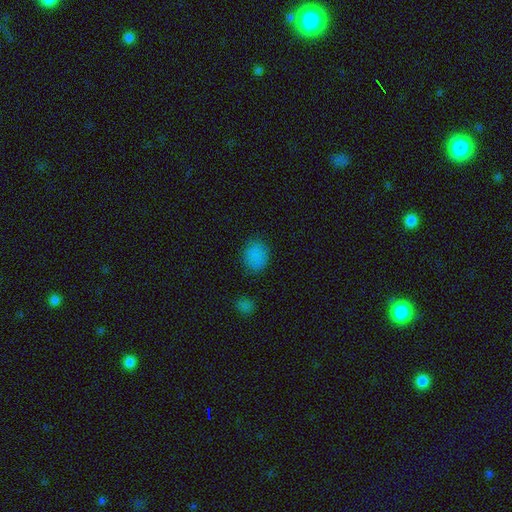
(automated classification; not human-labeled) A smooth galaxy with no disk features (83%) that is round (59%). Merging: none (80%).